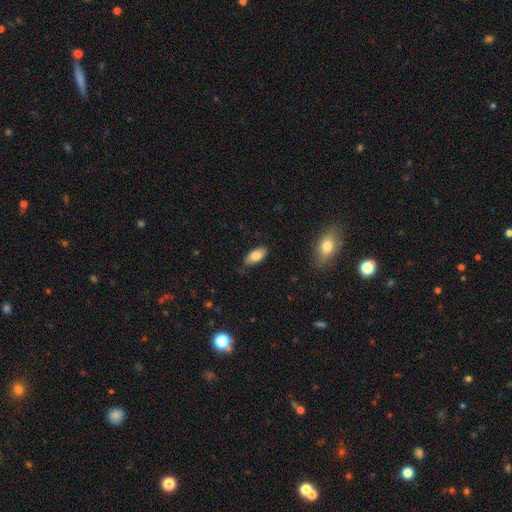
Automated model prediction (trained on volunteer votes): Smooth or featured: smooth — 82% (featured or disk — 11%)
How rounded: in between — 91% (cigar-shaped — 6%)
Merging: none — 77% (minor disturbance — 18%)